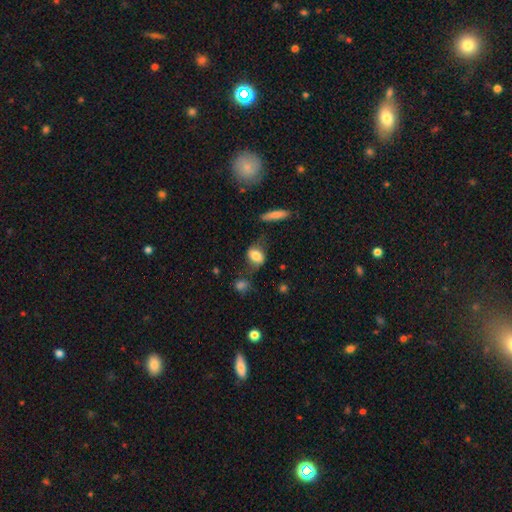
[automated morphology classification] smooth-or-featured: smooth: 69% | featured or disk: 22% | star or artifact: 9%
  how-rounded: in between: 73% | round: 23% | cigar-shaped: 4%
  merging: none: 55% | minor disturbance: 25% | major disturbance: 13% | merger: 7%